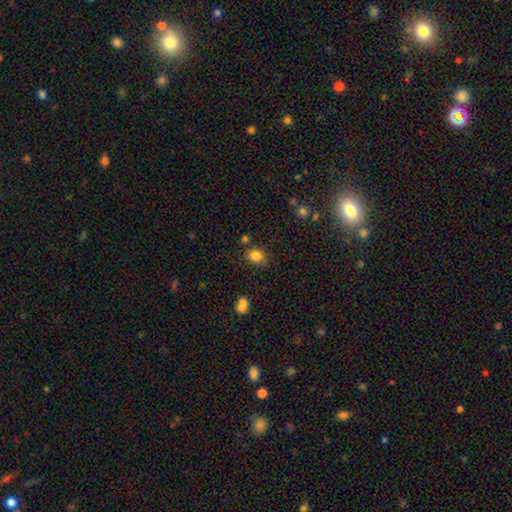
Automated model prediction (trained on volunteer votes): Morphology: type=smooth (83%); roundness=round (66%); merging=none (77%).